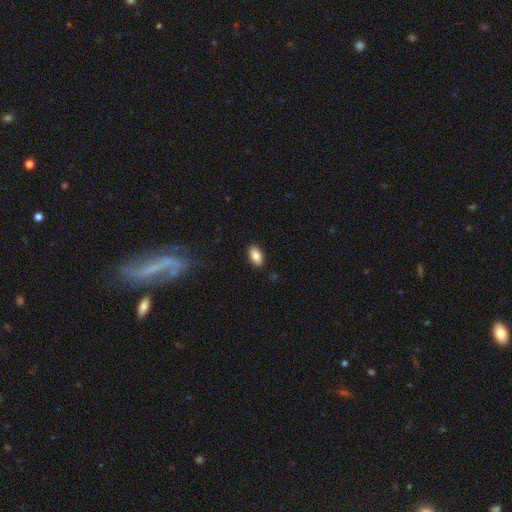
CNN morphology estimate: Smooth or featured? smooth (86%)
How rounded? in between (93%)
Merging? none (88%)